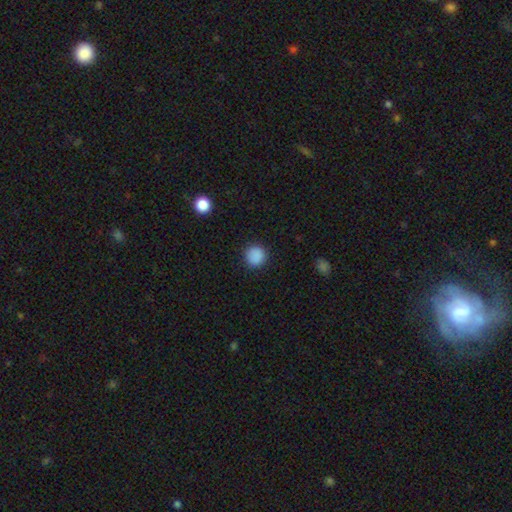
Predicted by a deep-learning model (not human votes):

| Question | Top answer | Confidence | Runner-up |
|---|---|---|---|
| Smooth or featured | smooth | 88% | star or artifact (9%) |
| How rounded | round | 93% | in between (6%) |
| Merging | none | 90% | minor disturbance (7%) |